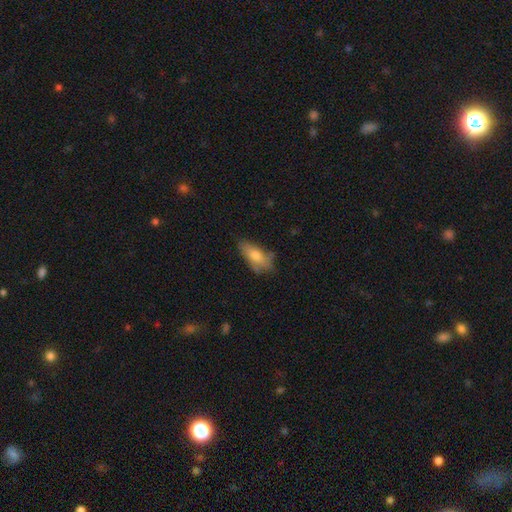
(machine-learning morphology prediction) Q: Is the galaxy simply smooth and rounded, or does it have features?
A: smooth — 67%.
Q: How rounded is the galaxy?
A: in between — 80%.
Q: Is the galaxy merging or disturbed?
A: none — 58%.